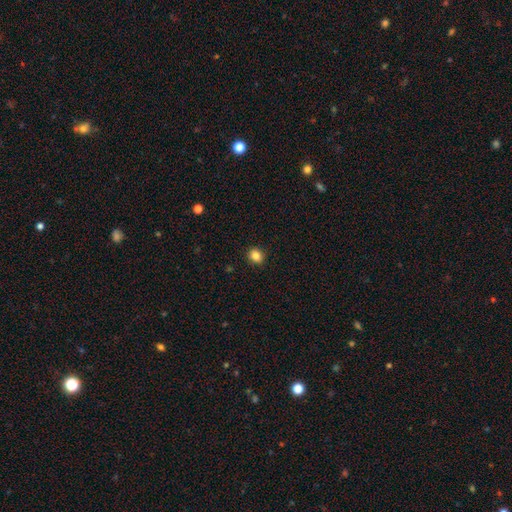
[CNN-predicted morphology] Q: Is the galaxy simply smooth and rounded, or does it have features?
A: smooth — 85%.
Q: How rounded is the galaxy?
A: round — 70%.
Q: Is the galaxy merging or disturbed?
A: none — 91%.